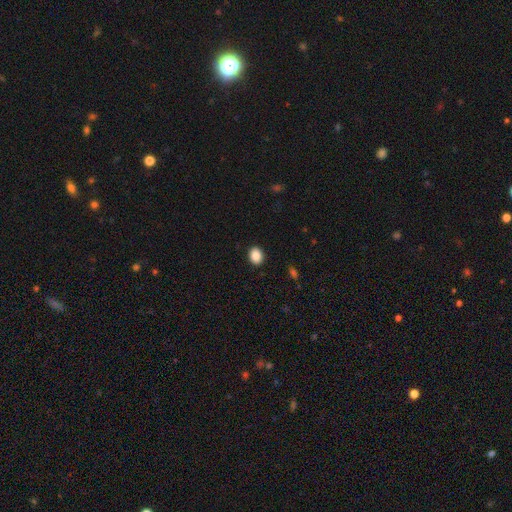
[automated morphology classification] smooth_or_featured: smooth (p=0.88) [alt: star or artifact p=0.08]
how_rounded: in between (p=0.55) [alt: round p=0.44]
merging: none (p=0.91) [alt: minor disturbance p=0.06]